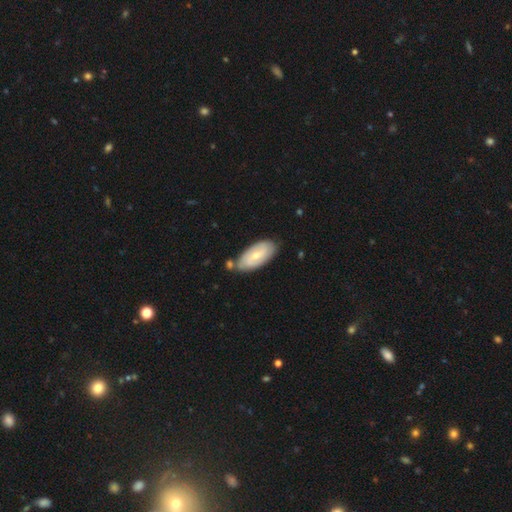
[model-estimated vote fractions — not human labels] smooth 48%, featured or disk 47%, star or artifact 5%. Down the decision tree: merging — none (67%).